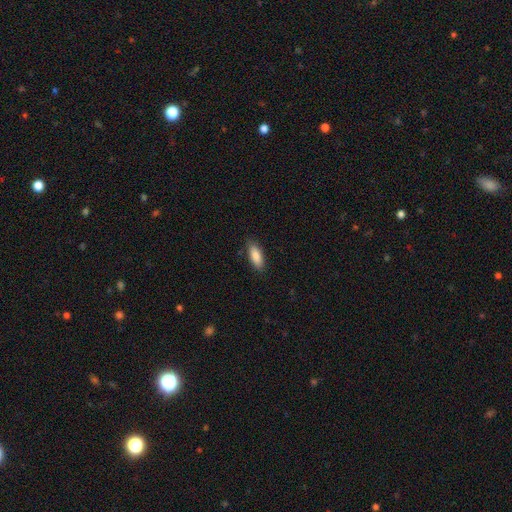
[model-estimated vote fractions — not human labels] Smooth or featured: smooth — 87% (featured or disk — 7%)
How rounded: in between — 73% (cigar-shaped — 25%)
Merging: none — 85% (minor disturbance — 12%)